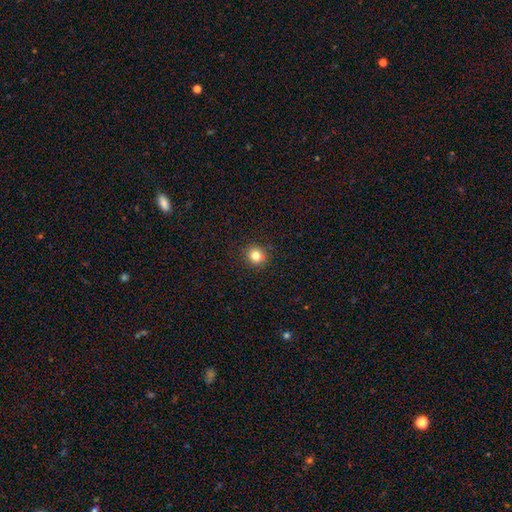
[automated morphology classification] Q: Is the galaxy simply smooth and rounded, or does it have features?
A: smooth — 80%.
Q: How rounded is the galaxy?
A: round — 88%.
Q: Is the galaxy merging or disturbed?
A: none — 88%.